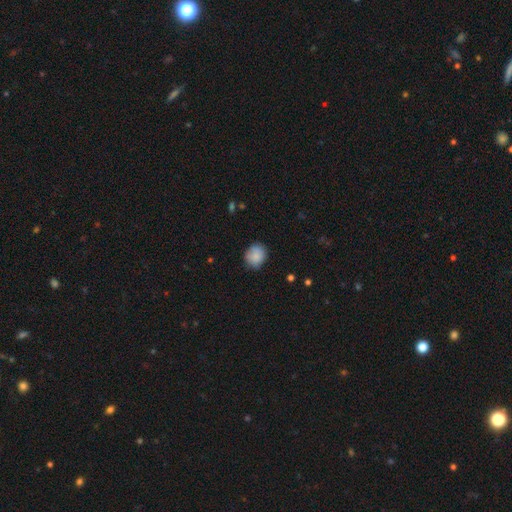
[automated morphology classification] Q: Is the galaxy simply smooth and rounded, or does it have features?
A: smooth — 85%.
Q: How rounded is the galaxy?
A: round — 71%.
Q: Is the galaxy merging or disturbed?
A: none — 76%.